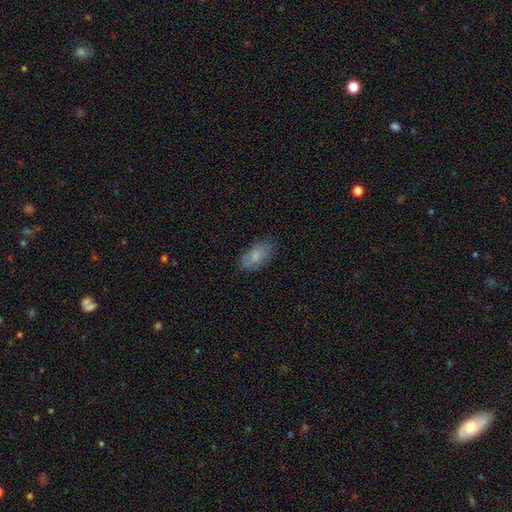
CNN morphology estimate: Smooth or featured? smooth (80%)
How rounded? in between (93%)
Merging? none (80%)